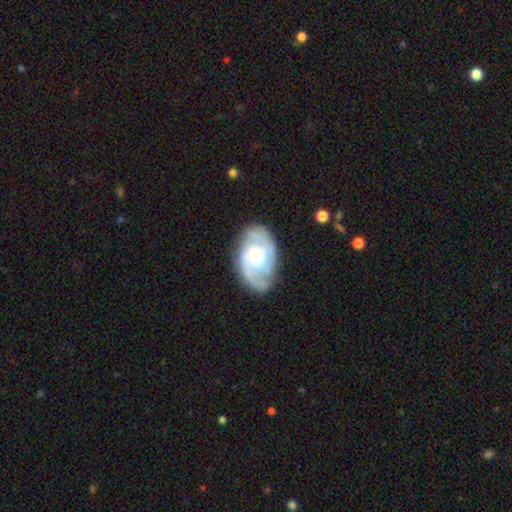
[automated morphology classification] featured or disk 82%, smooth 13%, star or artifact 5%. Down the decision tree: edge-on disk — no (97%); bar — no (58%); spiral arms — yes (95%); spiral arm count — 2 (63%); spiral winding — medium (46%); bulge size — moderate (47%); merging — none (78%).